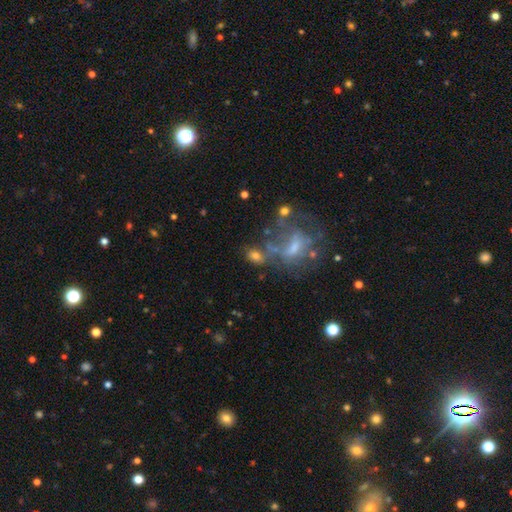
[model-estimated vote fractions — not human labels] Morphology: type=smooth (61%); roundness=in between (72%); merging=none (48%).